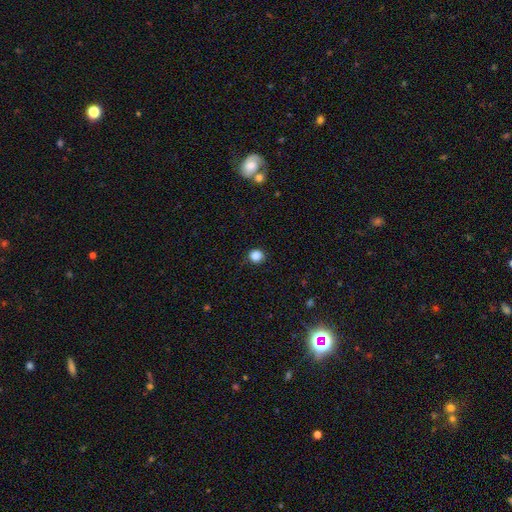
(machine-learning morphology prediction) smooth_or_featured: smooth (p=0.85) [alt: star or artifact p=0.12]
how_rounded: round (p=0.89) [alt: in between p=0.11]
merging: none (p=0.86) [alt: minor disturbance p=0.10]